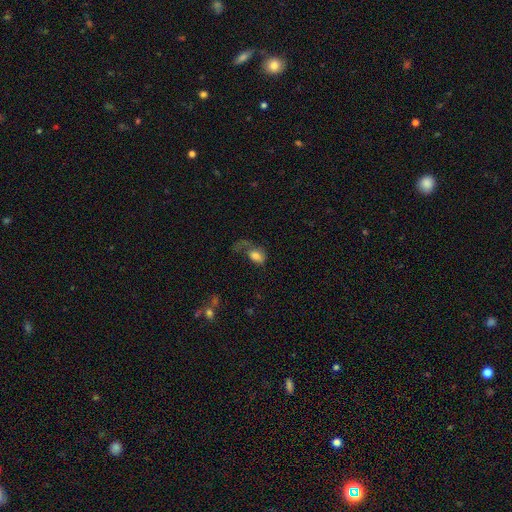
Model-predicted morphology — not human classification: smooth-or-featured: smooth: 68% | featured or disk: 21% | star or artifact: 10%
  how-rounded: in between: 82% | round: 16% | cigar-shaped: 2%
  merging: major disturbance: 55% | none: 22% | minor disturbance: 16% | merger: 7%